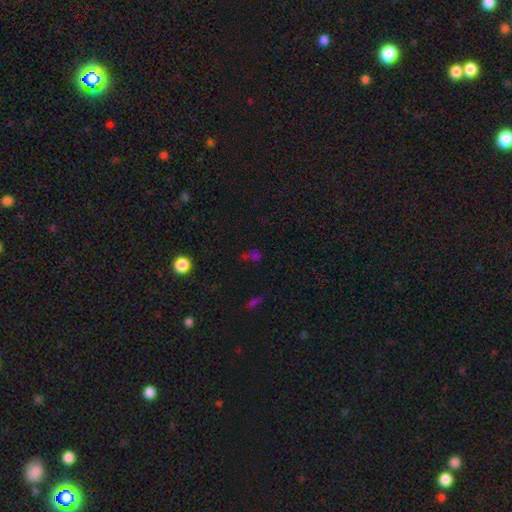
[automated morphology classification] The model was most divided on "smooth or featured": star or artifact: 50%, smooth: 41%, featured or disk: 9%.